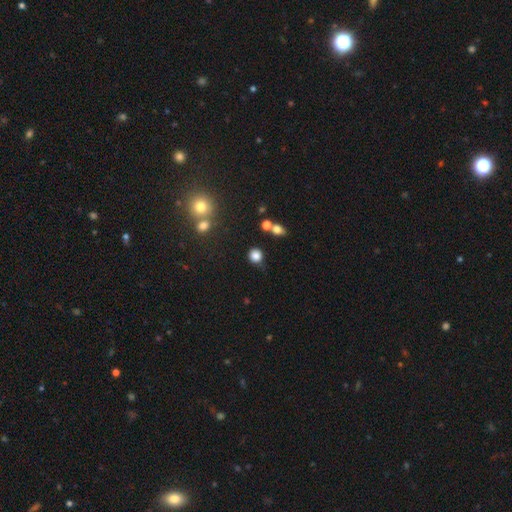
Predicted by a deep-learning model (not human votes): Morphology: type=smooth (82%); roundness=round (85%); merging=none (72%).